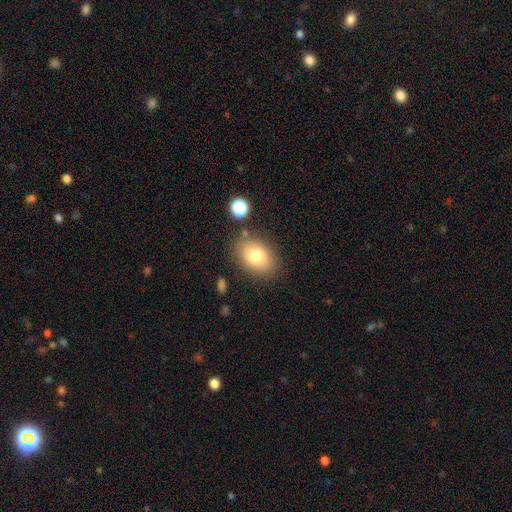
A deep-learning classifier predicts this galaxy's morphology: Smooth or featured? smooth (79%)
How rounded? in between (80%)
Merging? none (79%)